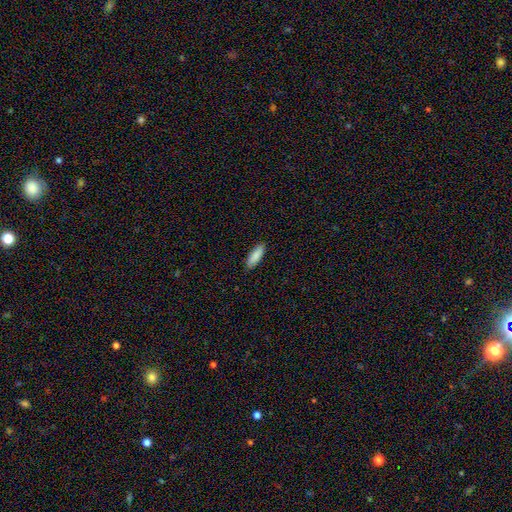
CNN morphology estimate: type=smooth (88%); roundness=in between (57%); merging=none (89%).